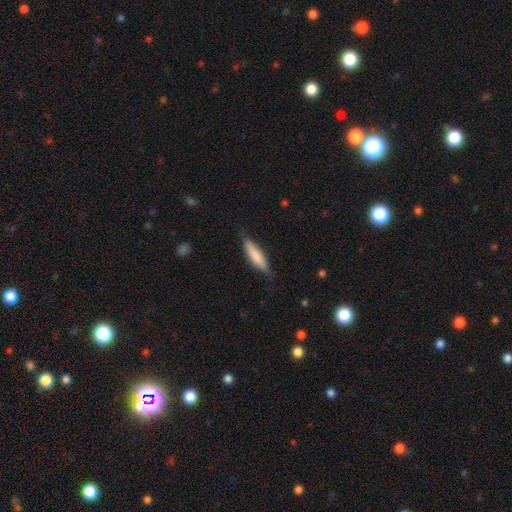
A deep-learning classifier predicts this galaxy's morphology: A smooth galaxy with no disk features (75%) that is cigar-shaped (74%). Merging: none (80%).